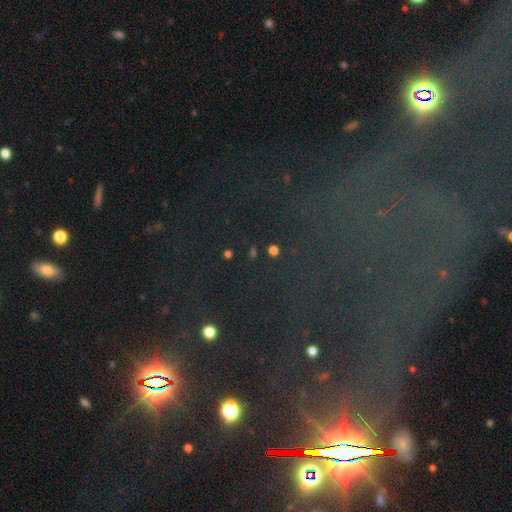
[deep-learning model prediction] smooth_or_featured: star or artifact (p=0.76) [alt: featured or disk p=0.12]